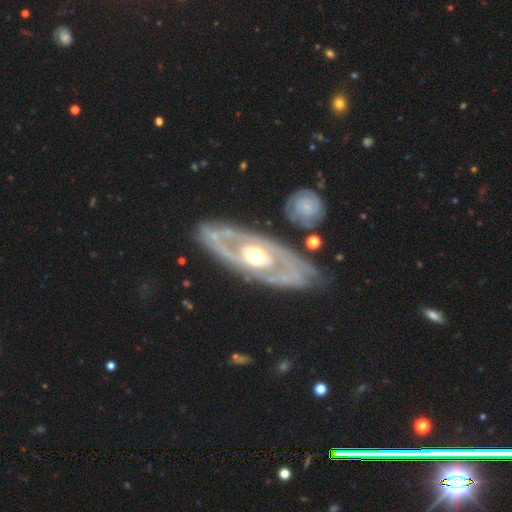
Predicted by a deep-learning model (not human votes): Q: Smooth or featured?
A: featured or disk (84%); runner-up: smooth (12%)
Q: Edge-on disk?
A: no (89%); runner-up: yes (11%)
Q: Bar?
A: no (77%); runner-up: weak (15%)
Q: Spiral arms?
A: yes (66%); runner-up: no (34%)
Q: Bulge size?
A: moderate (72%); runner-up: large (14%)
Q: Merging?
A: none (76%); runner-up: minor disturbance (15%)